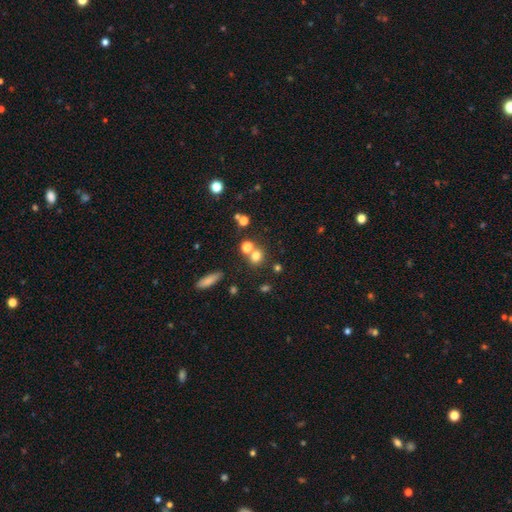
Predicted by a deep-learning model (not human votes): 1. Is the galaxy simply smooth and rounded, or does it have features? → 71% smooth, 18% star or artifact, 11% featured or disk.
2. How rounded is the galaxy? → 79% round, 19% in between, 2% cigar-shaped.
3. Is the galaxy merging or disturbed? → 61% none, 27% merger, 9% minor disturbance, 4% major disturbance.